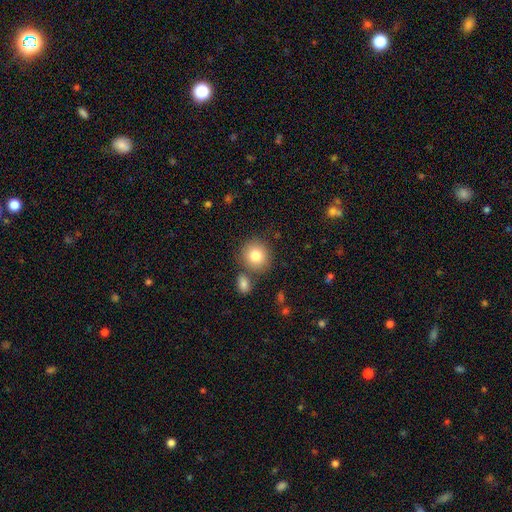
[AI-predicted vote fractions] This is clearly a smooth galaxy (82%). How rounded: clearly round (87%). Merging: likely none (74%).